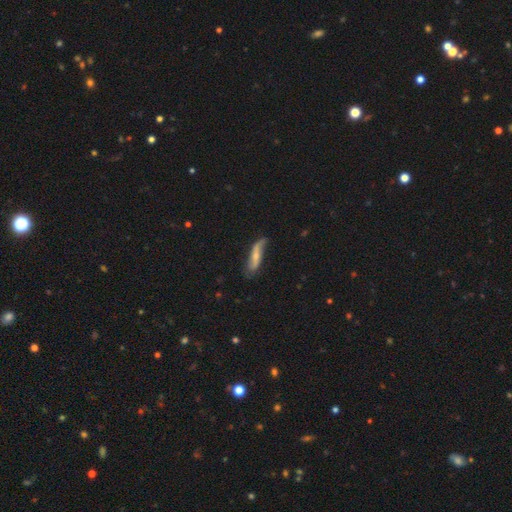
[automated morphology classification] The model was most divided on "smooth or featured": featured or disk: 58%, smooth: 36%, star or artifact: 6%. More confident: edge-on disk — no (74%); merging — none (61%).